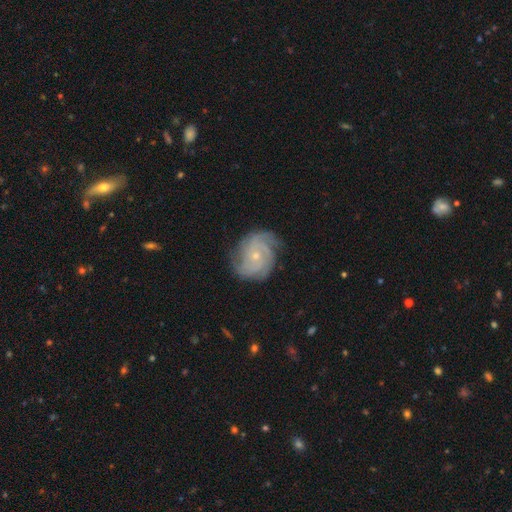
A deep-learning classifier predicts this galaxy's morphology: featured or disk 85%, smooth 9%, star or artifact 6%. Down the decision tree: edge-on disk — no (98%); bar — no (76%); spiral arms — yes (97%); spiral arm count — 3 (33%); spiral winding — tight (59%); bulge size — small (75%); merging — none (76%).